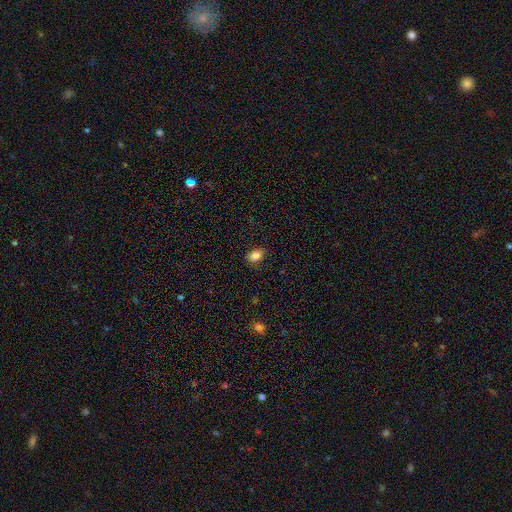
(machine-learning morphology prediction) smooth 85%, star or artifact 10%, featured or disk 5%. Down the decision tree: how rounded — in between (77%); merging — none (83%).